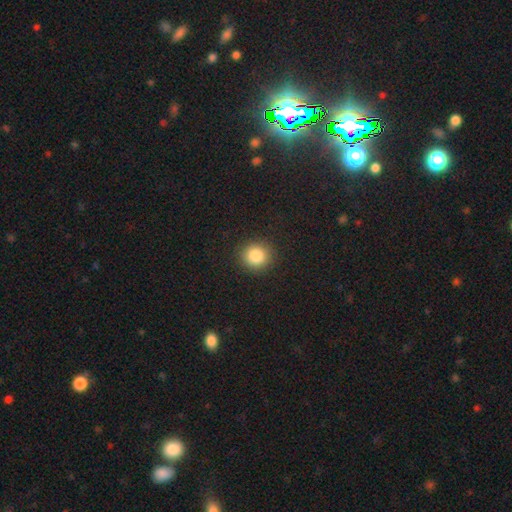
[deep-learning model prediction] smooth 85%, star or artifact 10%, featured or disk 5%. Down the decision tree: how rounded — round (90%); merging — none (91%).